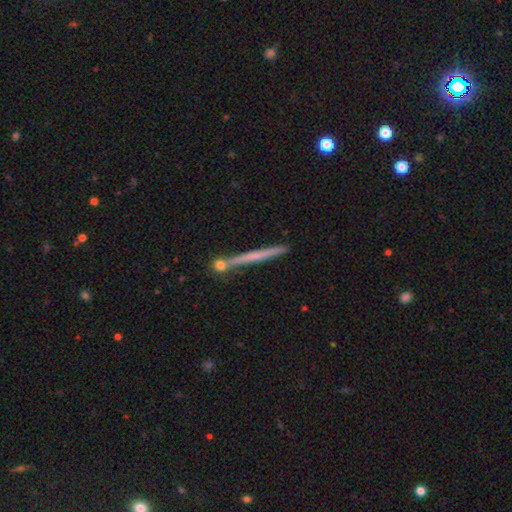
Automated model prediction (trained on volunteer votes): featured or disk 48%, smooth 46%, star or artifact 7%. Down the decision tree: merging — none (78%).